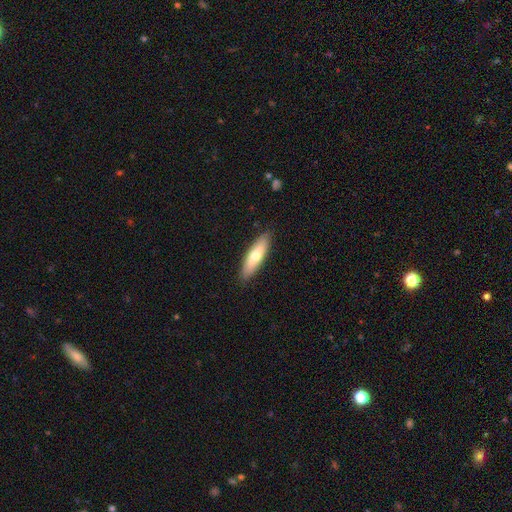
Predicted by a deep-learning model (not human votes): smooth-or-featured: smooth: 66% | featured or disk: 29% | star or artifact: 6%
  how-rounded: cigar-shaped: 61% | in between: 37% | round: 2%
  merging: none: 88% | minor disturbance: 9% | major disturbance: 2% | merger: 1%